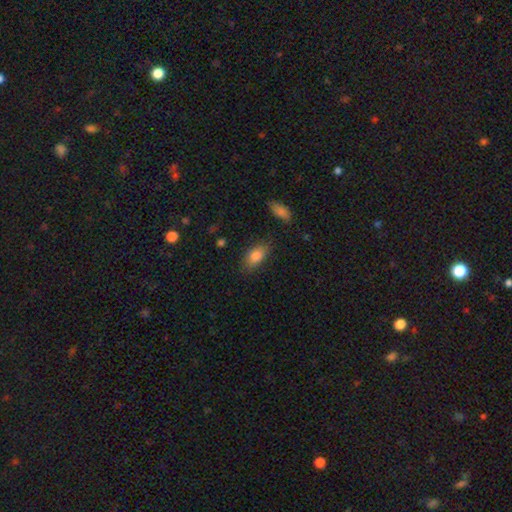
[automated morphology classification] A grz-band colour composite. It shows a smooth galaxy with no disk features (85%) that is in between round and cigar-shaped (89%). Merging: none (77%).